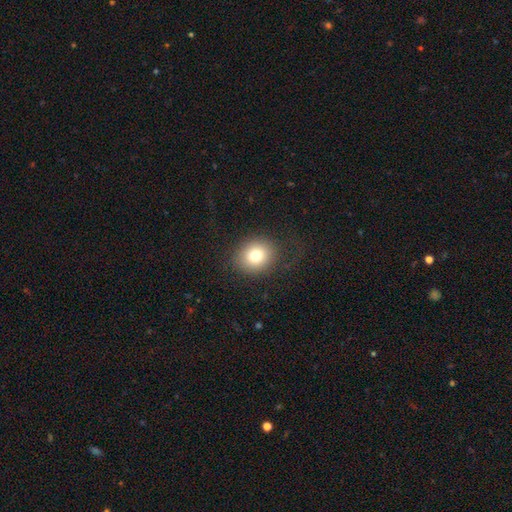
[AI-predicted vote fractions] Smooth or featured?
  - smooth: 77% *
  - featured or disk: 12%
  - star or artifact: 11%
How rounded?
  - round: 72% *
  - in between: 27%
  - cigar-shaped: 1%
Merging?
  - none: 81% *
  - minor disturbance: 11%
  - major disturbance: 7%
  - merger: 1%